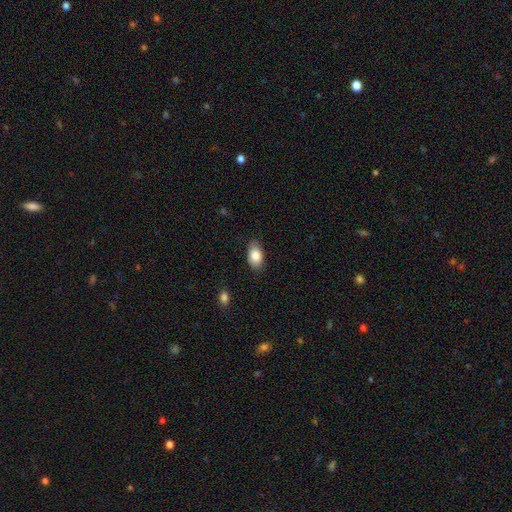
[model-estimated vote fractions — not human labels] The model was most divided on "merging": none: 83%, minor disturbance: 13%, major disturbance: 3%, merger: 1%. More confident: how rounded — in between (92%); smooth or featured — smooth (85%).